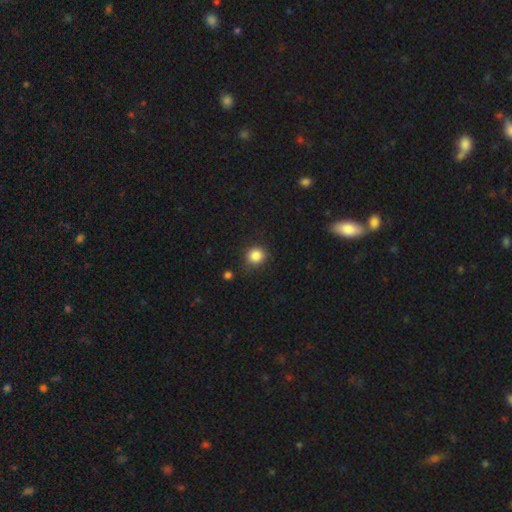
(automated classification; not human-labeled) smooth-or-featured: smooth: 86% | star or artifact: 11% | featured or disk: 4%
  how-rounded: round: 88% | in between: 11% | cigar-shaped: 1%
  merging: none: 82% | minor disturbance: 12% | major disturbance: 3% | merger: 2%